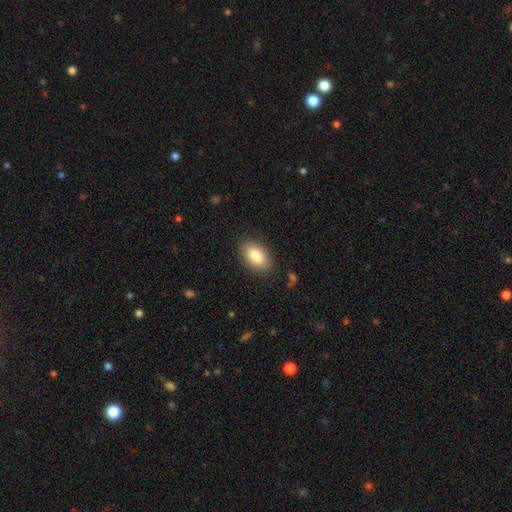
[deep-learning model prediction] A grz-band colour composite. It shows a smooth galaxy with no disk features (86%) that is in between round and cigar-shaped (93%). Merging: none (85%).